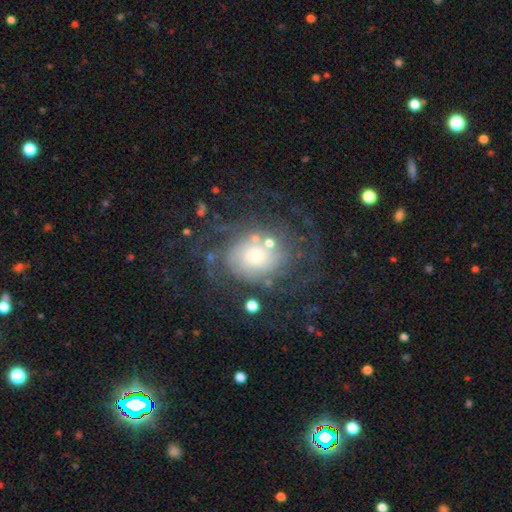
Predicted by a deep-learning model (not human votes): This appears to be a featured or disk galaxy (78%) with no bar (79%), tight (53%) spiral arms (92%) and a moderate central bulge (37%, tied with small). Merging: none (64%).